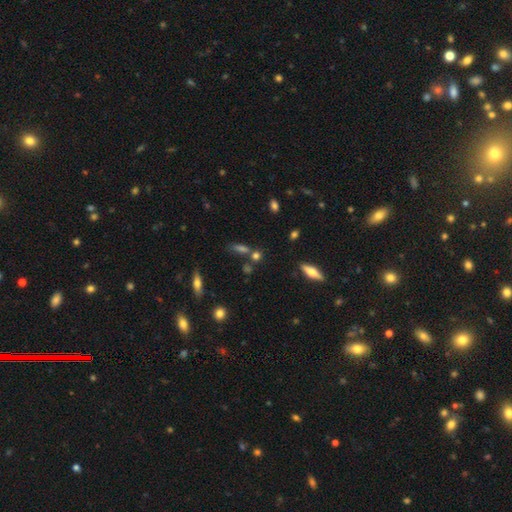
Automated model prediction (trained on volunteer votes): smooth-or-featured: smooth: 69% | star or artifact: 18% | featured or disk: 14%
  how-rounded: round: 52% | in between: 30% | cigar-shaped: 18%
  merging: none: 61% | merger: 24% | minor disturbance: 11% | major disturbance: 5%